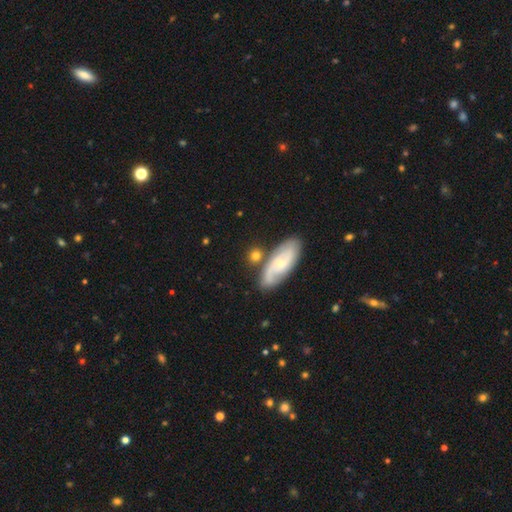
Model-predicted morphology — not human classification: Smooth or featured? smooth (52%)
How rounded? round (54%)
Merging? none (69%)